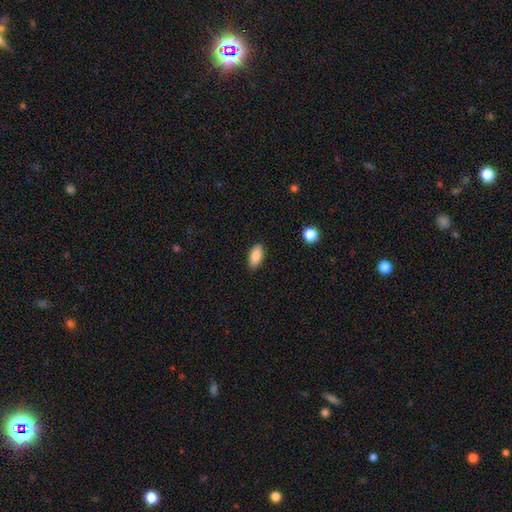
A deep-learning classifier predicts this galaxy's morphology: This is clearly a smooth galaxy (86%). How rounded: clearly in between (91%). Merging: clearly none (86%).